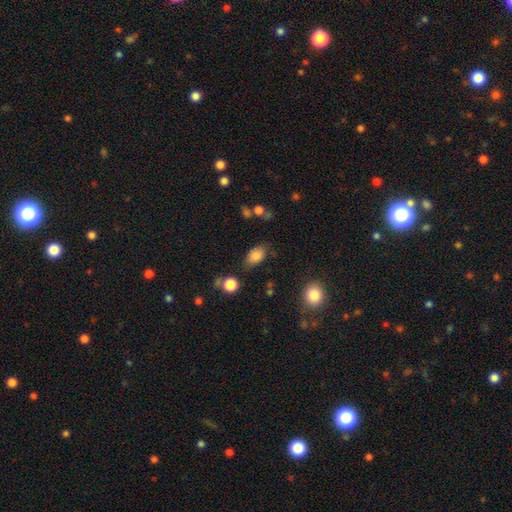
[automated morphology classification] smooth 84%, star or artifact 9%, featured or disk 7%. Down the decision tree: how rounded — in between (88%); merging — none (75%).